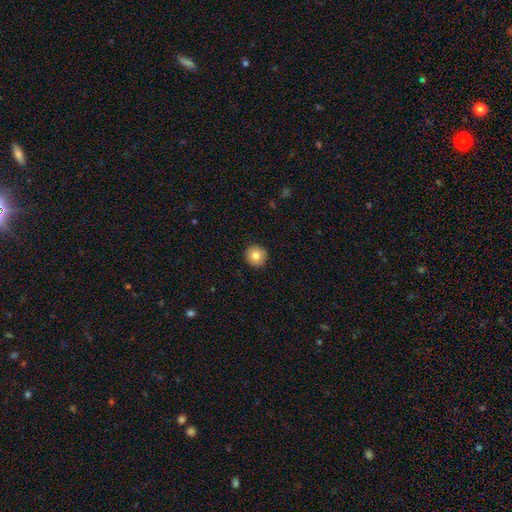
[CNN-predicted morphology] smooth_or_featured: smooth (p=0.81) [alt: featured or disk p=0.10]
how_rounded: round (p=0.94) [alt: in between p=0.05]
merging: none (p=0.92) [alt: minor disturbance p=0.05]